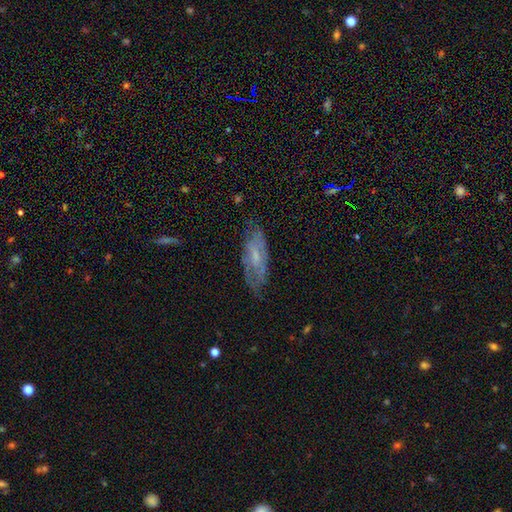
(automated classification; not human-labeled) smooth_or_featured: featured or disk (p=0.60) [alt: smooth p=0.31]
disk_edge_on: no (p=0.79) [alt: yes p=0.21]
merging: none (p=0.69) [alt: minor disturbance p=0.22]